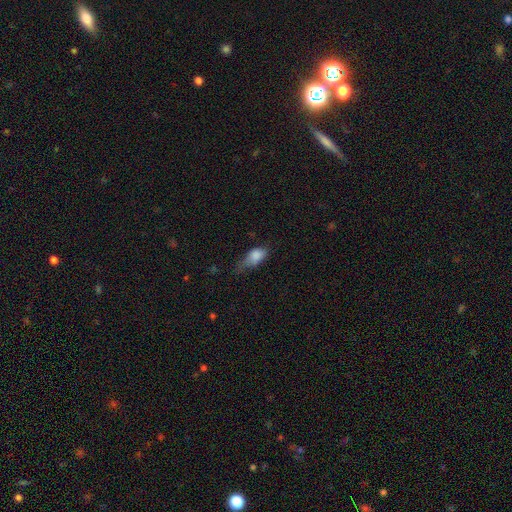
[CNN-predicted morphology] smooth_or_featured: smooth (p=0.81) [alt: featured or disk p=0.10]
how_rounded: in between (p=0.84) [alt: cigar-shaped p=0.08]
merging: minor disturbance (p=0.43) [alt: major disturbance p=0.27]